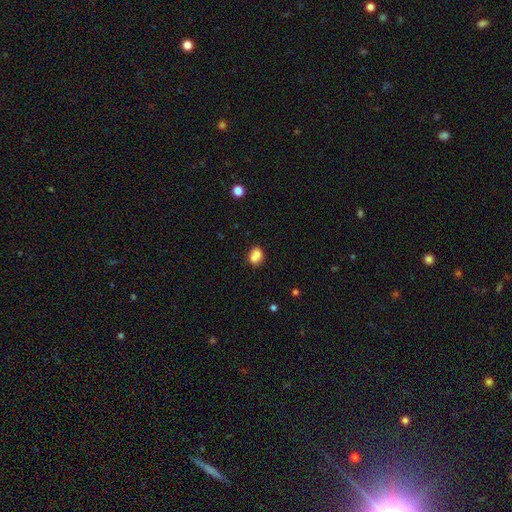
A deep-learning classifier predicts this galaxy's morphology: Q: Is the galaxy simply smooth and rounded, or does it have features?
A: smooth — 76%.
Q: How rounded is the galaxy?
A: round — 50%.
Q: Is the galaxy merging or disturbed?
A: merger — 48%.